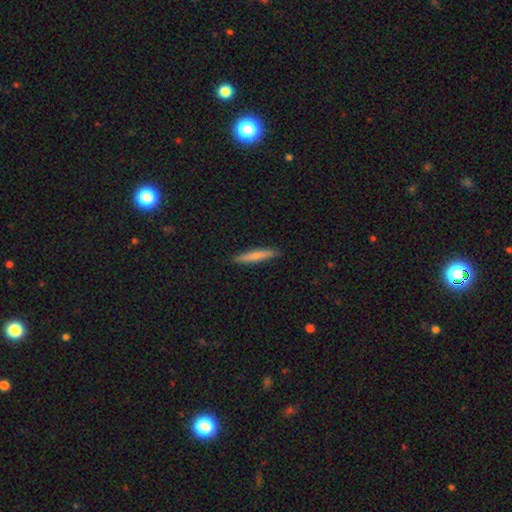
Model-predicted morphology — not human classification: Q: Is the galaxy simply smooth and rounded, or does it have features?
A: smooth — 76%.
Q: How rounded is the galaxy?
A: cigar-shaped — 92%.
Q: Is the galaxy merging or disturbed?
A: none — 90%.